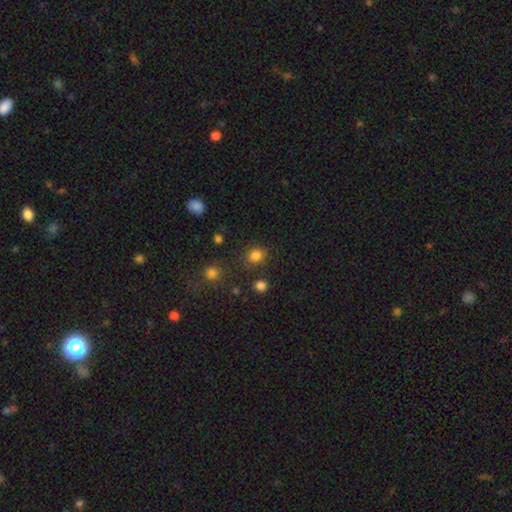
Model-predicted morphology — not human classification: A smooth galaxy with no disk features (81%) that is round (73%).

Vote fractions:
- Smooth or featured? smooth: 81% / star or artifact: 15% / featured or disk: 5%
- How rounded? round: 73% / in between: 26% / cigar-shaped: 1%
- Merging? none: 77% / minor disturbance: 12% / merger: 5% / major disturbance: 5%